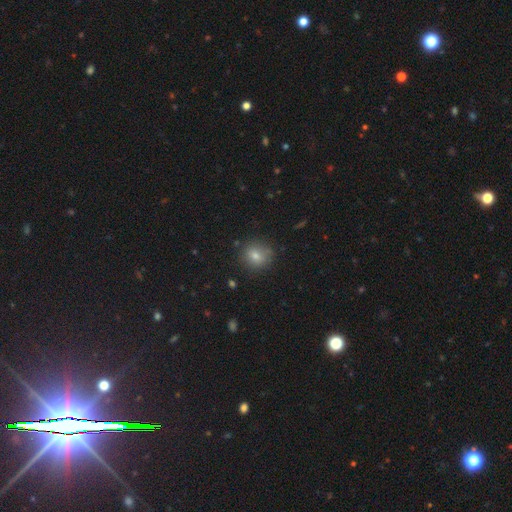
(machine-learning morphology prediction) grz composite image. It shows a smooth galaxy with no disk features (77%) that is round (80%). Merging: none (79%).